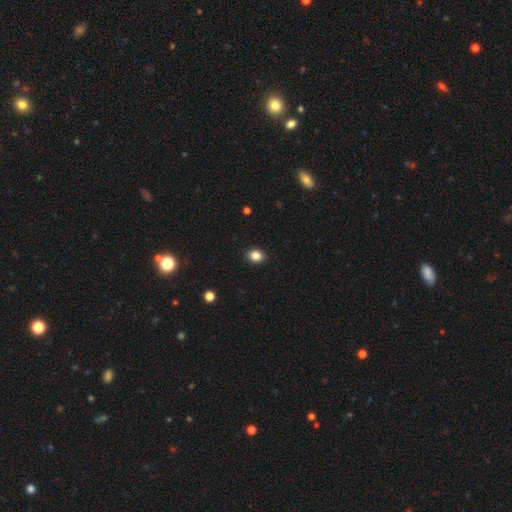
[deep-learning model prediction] Overall: smooth (85%). How rounded: round (57%; in between 42%). Merging: none (91%).